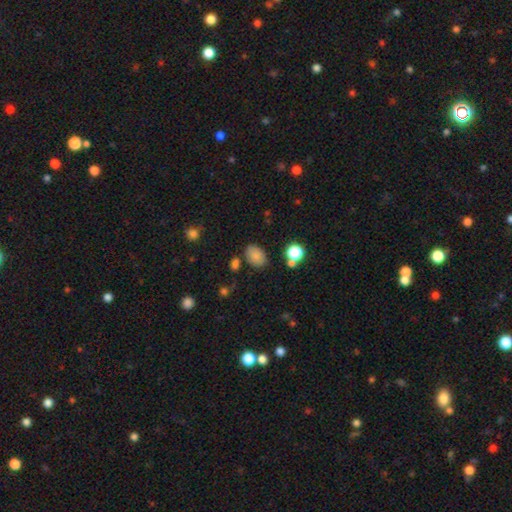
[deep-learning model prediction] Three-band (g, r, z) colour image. It shows a smooth galaxy with no disk features (81%) that is in between round and cigar-shaped (77%). Merging: none (77%).